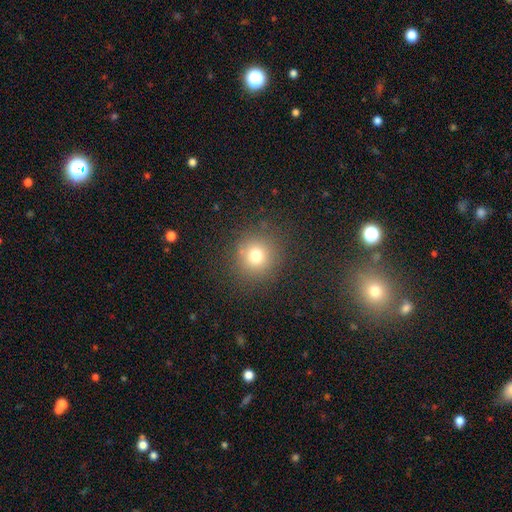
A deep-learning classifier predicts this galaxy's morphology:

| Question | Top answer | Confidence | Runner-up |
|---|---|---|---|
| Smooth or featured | smooth | 74% | star or artifact (17%) |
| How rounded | round | 91% | in between (8%) |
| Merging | none | 85% | minor disturbance (9%) |